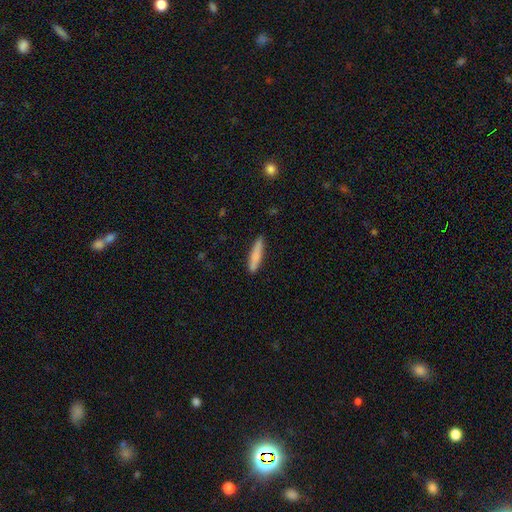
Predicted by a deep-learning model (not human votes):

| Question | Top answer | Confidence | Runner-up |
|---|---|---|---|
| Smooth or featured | smooth | 80% | featured or disk (14%) |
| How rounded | cigar-shaped | 89% | in between (10%) |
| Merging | none | 87% | minor disturbance (10%) |